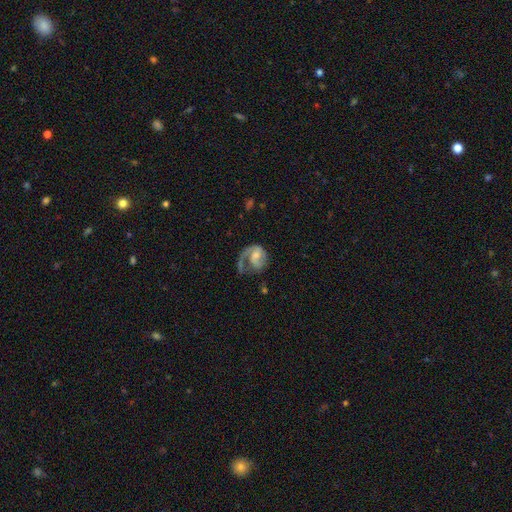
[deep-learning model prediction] Smooth or featured?
  - featured or disk: 74% *
  - smooth: 20%
  - star or artifact: 6%
Edge-on disk?
  - no: 98% *
  - yes: 2%
Bar?
  - no: 50% *
  - weak: 40%
  - strong: 10%
Spiral arms?
  - yes: 88% *
  - no: 12%
Spiral winding?
  - medium: 42% *
  - loose: 33%
  - tight: 25%
Spiral arm count?
  - 1: 62% *
  - 2: 28%
  - can't tell: 7%
  - 3: 2%
  - 4: 1%
  - more than 4: 1%
Bulge size?
  - small: 41% * (tied)
  - moderate: 41% * (tied)
  - none: 11%
  - large: 6%
  - dominant: 1%
Merging?
  - major disturbance: 41% *
  - none: 35%
  - minor disturbance: 19%
  - merger: 5%